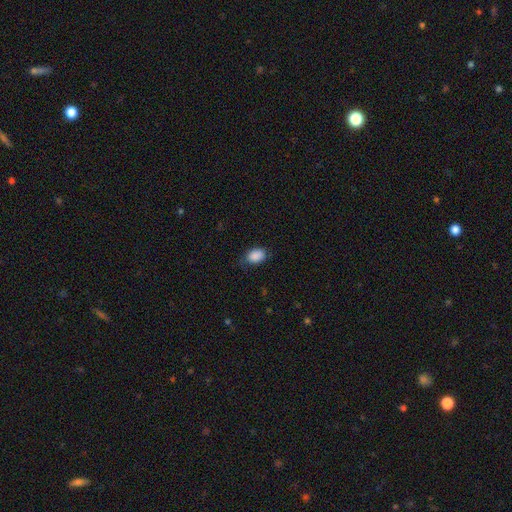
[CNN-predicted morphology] This appears to be a smooth galaxy with no disk features (89%) that is in between round and cigar-shaped (83%). Merging: none (74%).